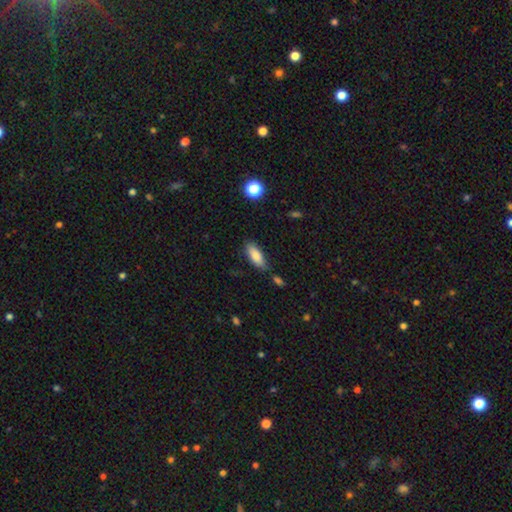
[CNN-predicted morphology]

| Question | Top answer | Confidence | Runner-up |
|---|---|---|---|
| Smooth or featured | smooth | 84% | featured or disk (9%) |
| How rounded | in between | 78% | cigar-shaped (20%) |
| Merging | none | 74% | minor disturbance (17%) |